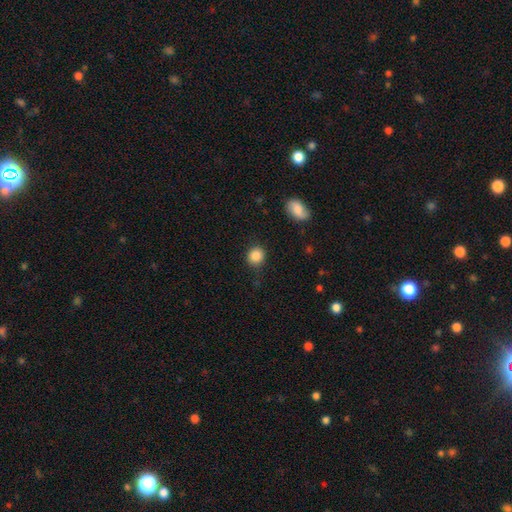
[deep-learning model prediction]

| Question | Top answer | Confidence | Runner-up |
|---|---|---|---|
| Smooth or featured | smooth | 86% | star or artifact (9%) |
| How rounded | round | 86% | in between (13%) |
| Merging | none | 85% | minor disturbance (10%) |